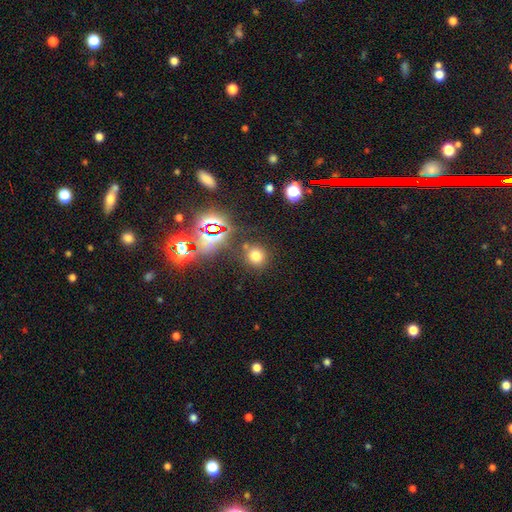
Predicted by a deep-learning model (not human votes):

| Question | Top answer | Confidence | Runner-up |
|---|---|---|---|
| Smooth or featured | smooth | 68% | star or artifact (25%) |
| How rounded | round | 87% | in between (12%) |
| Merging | none | 79% | minor disturbance (9%) |